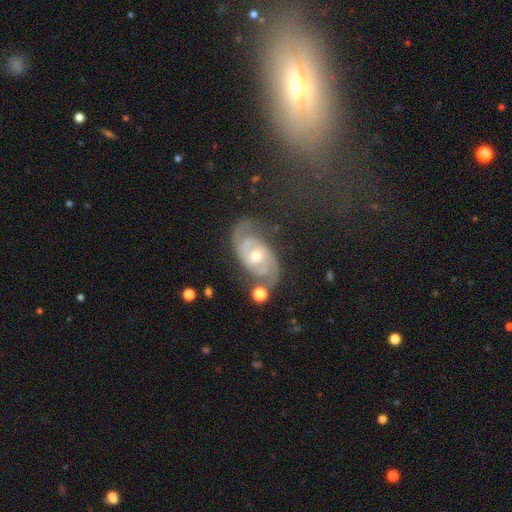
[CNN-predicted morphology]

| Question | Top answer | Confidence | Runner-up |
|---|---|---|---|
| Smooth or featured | featured or disk | 86% | star or artifact (7%) |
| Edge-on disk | no | 97% | yes (3%) |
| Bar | no | 59% | weak (32%) |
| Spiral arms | yes | 97% | no (3%) |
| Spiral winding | tight | 49% | medium (41%) |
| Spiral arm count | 2 | 89% | can't tell (5%) |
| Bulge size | moderate | 62% | small (33%) |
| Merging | none | 73% | minor disturbance (16%) |